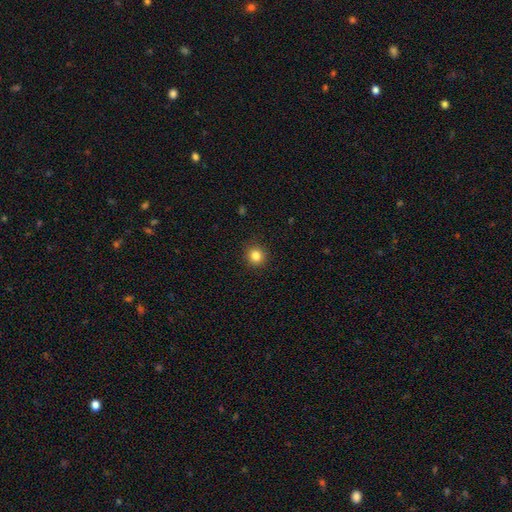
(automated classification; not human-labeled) smooth 84%, star or artifact 11%, featured or disk 5%. Down the decision tree: how rounded — round (90%); merging — none (91%).